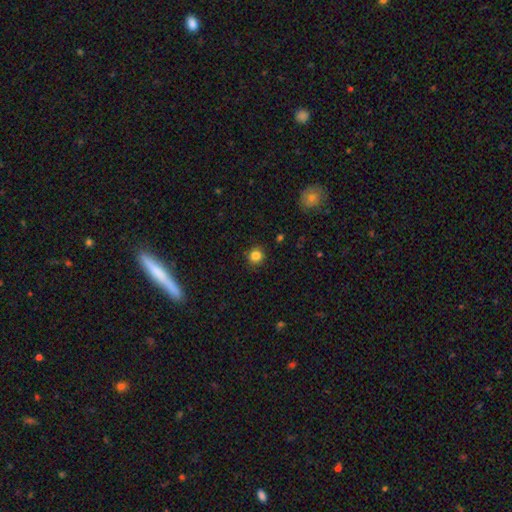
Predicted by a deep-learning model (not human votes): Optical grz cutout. It shows a smooth galaxy with no disk features (84%) that is round (88%). Merging: none (88%).